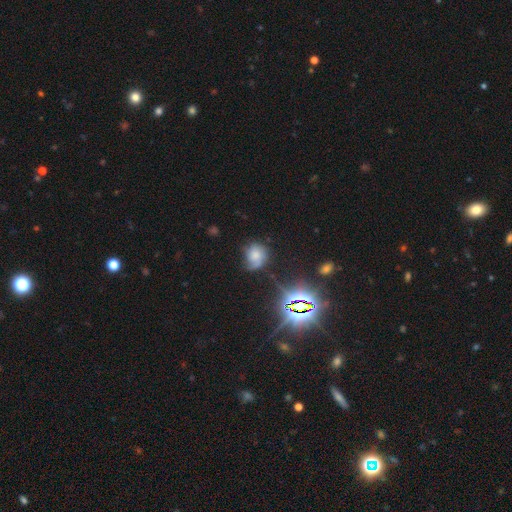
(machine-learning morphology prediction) Smooth or featured: smooth — 53% (featured or disk — 27%)
How rounded: round — 63% (in between — 36%)
Merging: none — 44% (minor disturbance — 33%)